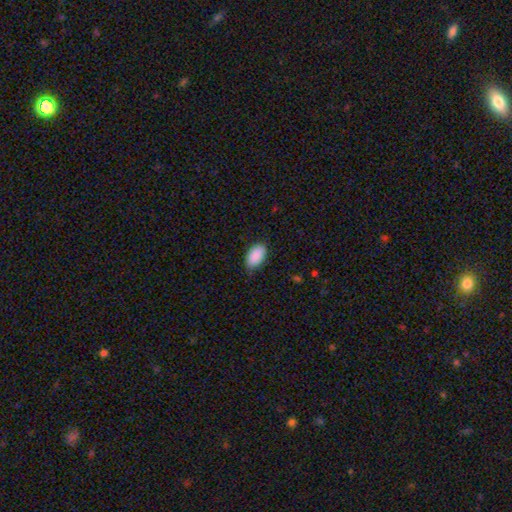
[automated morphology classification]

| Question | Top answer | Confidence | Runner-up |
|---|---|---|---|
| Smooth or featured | smooth | 90% | star or artifact (6%) |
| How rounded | in between | 95% | round (4%) |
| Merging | none | 81% | minor disturbance (15%) |